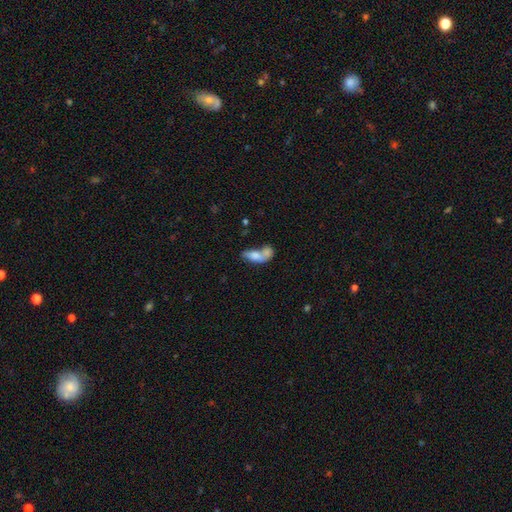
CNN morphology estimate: Overall: smooth (67%). How rounded: in between (79%). Merging: merger (61%).